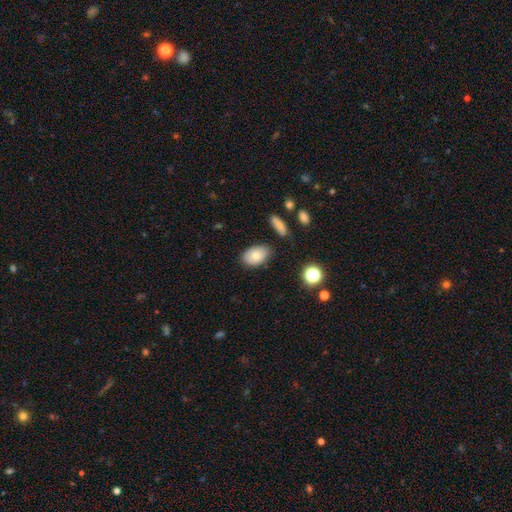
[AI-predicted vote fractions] This appears to be a smooth galaxy with no disk features (75%) that is in between round and cigar-shaped (88%). Merging: none (77%).